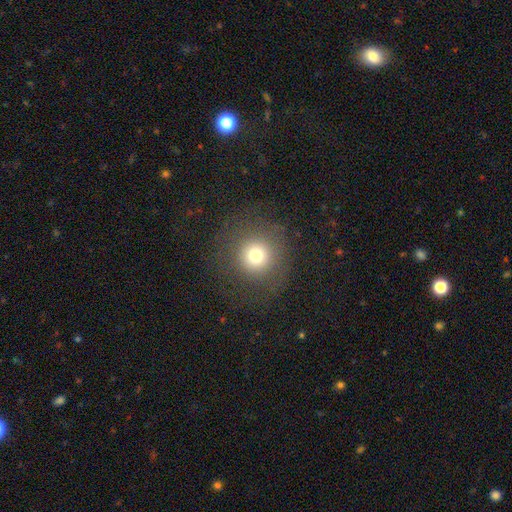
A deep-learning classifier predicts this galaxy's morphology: This appears to be a smooth galaxy with no disk features (74%) that is round (95%). Merging: none (84%).